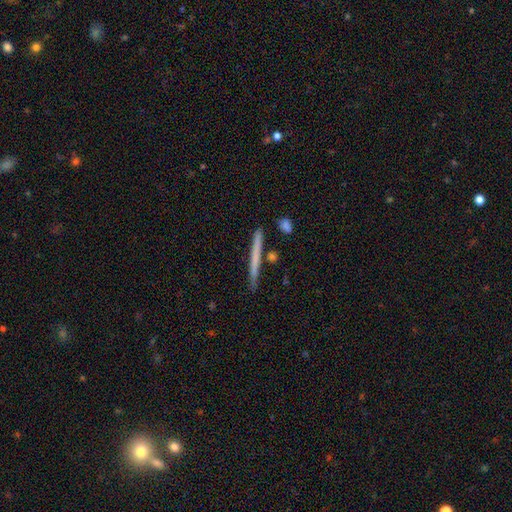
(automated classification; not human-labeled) smooth 55%, featured or disk 39%, star or artifact 6%. Down the decision tree: how rounded — cigar-shaped (97%); merging — none (87%).